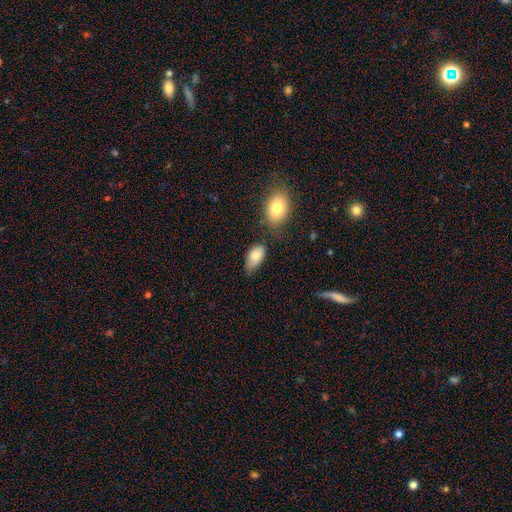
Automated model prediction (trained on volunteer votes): smooth 82%, featured or disk 10%, star or artifact 7%. Down the decision tree: how rounded — in between (93%); merging — none (55%).